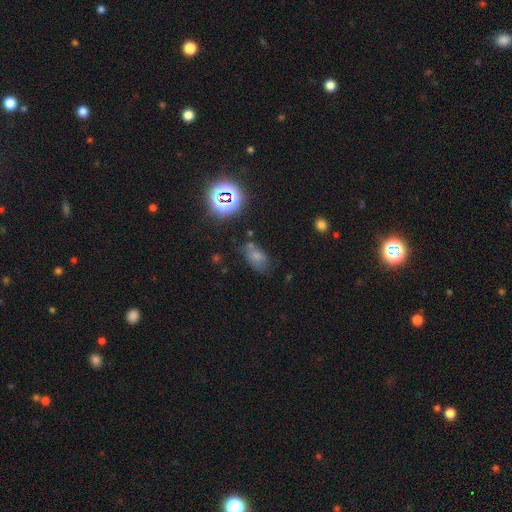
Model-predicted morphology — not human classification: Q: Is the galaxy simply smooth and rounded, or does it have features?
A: smooth — 62%.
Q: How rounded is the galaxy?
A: in between — 87%.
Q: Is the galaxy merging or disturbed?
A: none — 57%.